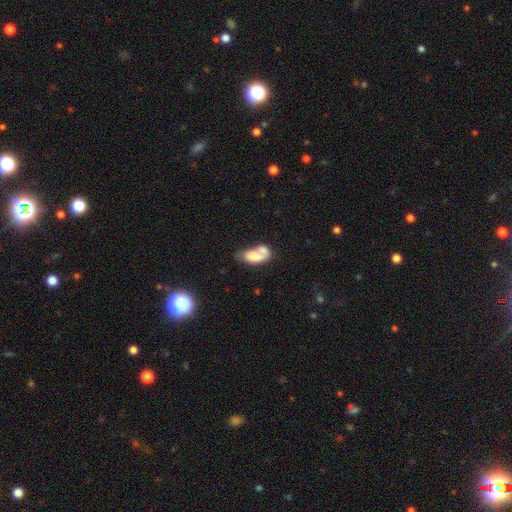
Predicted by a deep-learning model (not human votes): Morphology: type=smooth (65%); roundness=in between (89%); merging=merger (47%).